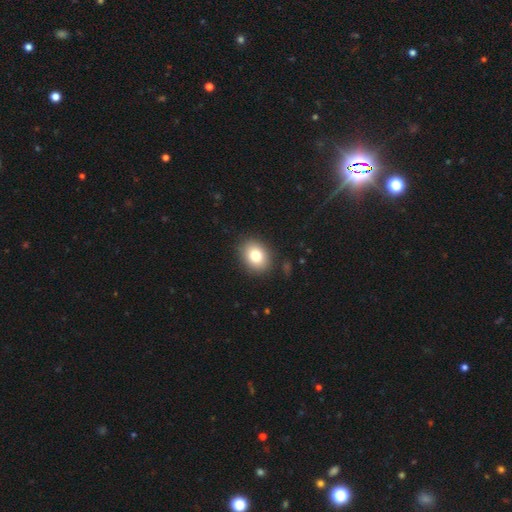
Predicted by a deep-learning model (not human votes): Morphology: type=smooth (80%); roundness=in between (56%); merging=none (88%).